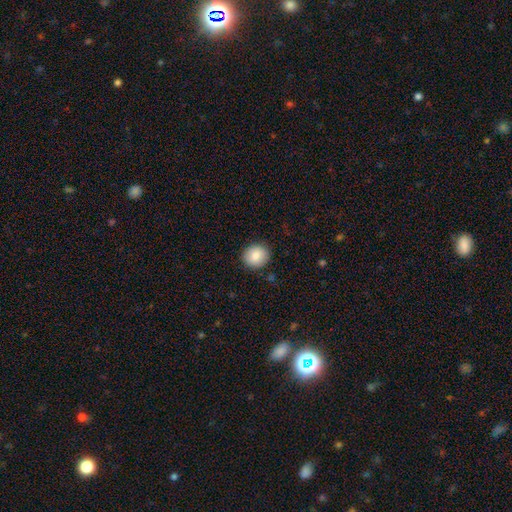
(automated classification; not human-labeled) smooth_or_featured: smooth (p=0.85) [alt: star or artifact p=0.08]
how_rounded: round (p=0.84) [alt: in between p=0.15]
merging: none (p=0.90) [alt: minor disturbance p=0.07]